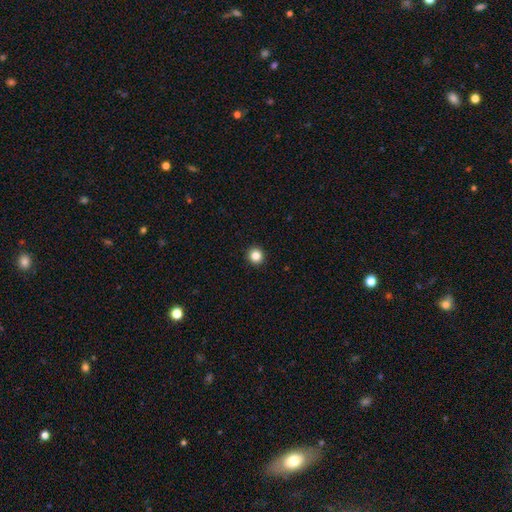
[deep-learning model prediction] Smooth or featured?
  - smooth: 85% *
  - star or artifact: 11%
  - featured or disk: 4%
How rounded?
  - round: 92% *
  - in between: 7%
  - cigar-shaped: 1%
Merging?
  - none: 93% *
  - minor disturbance: 4%
  - major disturbance: 1%
  - merger: 1%